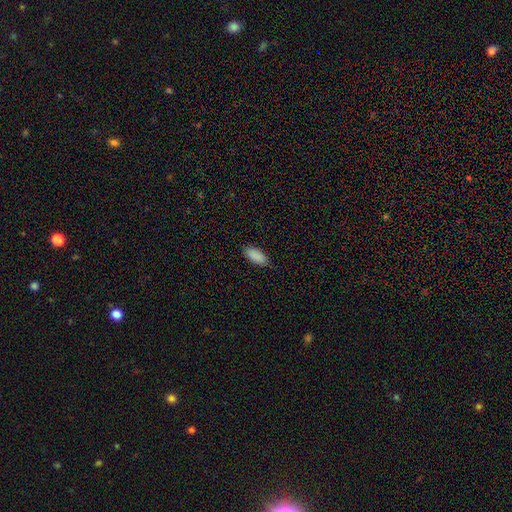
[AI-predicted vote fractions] Smooth or featured: smooth — 90% (star or artifact — 7%)
How rounded: in between — 86% (cigar-shaped — 12%)
Merging: none — 84% (minor disturbance — 13%)